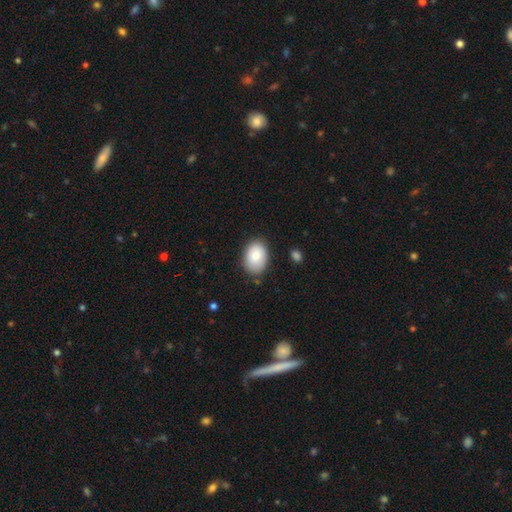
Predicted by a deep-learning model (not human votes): Smooth or featured?
  - smooth: 84% *
  - featured or disk: 9%
  - star or artifact: 7%
How rounded?
  - in between: 82% *
  - round: 17%
  - cigar-shaped: 1%
Merging?
  - none: 81% *
  - minor disturbance: 14%
  - major disturbance: 3%
  - merger: 2%